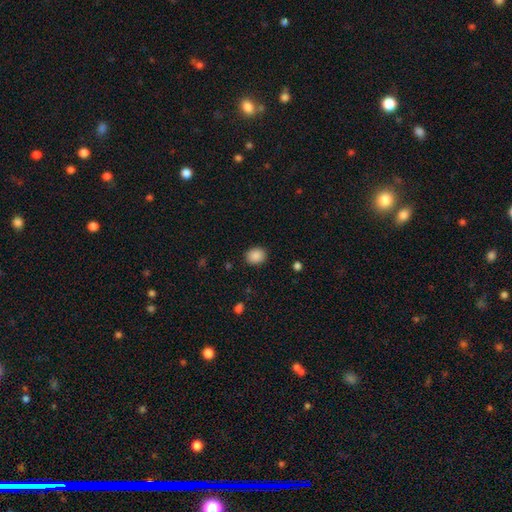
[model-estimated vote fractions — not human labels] Smooth or featured? smooth (88%)
How rounded? round (61%)
Merging? none (88%)